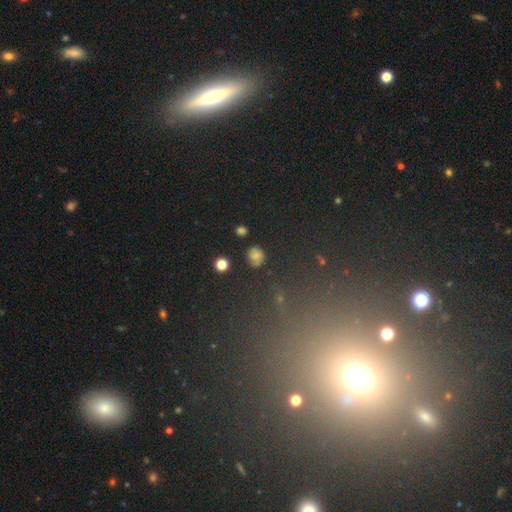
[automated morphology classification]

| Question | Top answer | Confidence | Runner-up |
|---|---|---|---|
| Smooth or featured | smooth | 58% | star or artifact (32%) |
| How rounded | round | 67% | in between (31%) |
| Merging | none | 85% | minor disturbance (8%) |